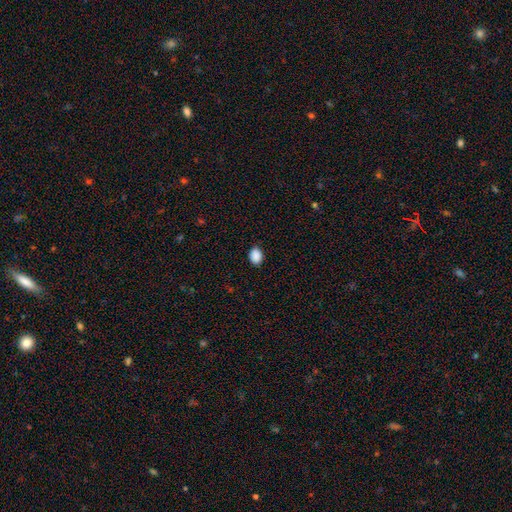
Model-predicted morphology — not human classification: smooth_or_featured: smooth (p=0.89) [alt: star or artifact p=0.08]
how_rounded: in between (p=0.66) [alt: round p=0.33]
merging: none (p=0.87) [alt: minor disturbance p=0.10]